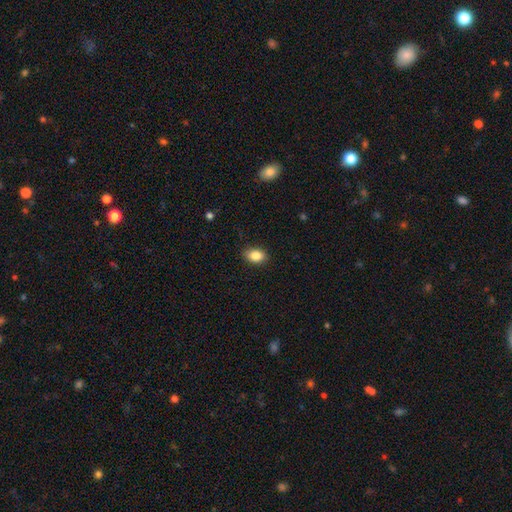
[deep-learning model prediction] smooth 85%, star or artifact 9%, featured or disk 6%. Down the decision tree: how rounded — in between (82%); merging — none (86%).